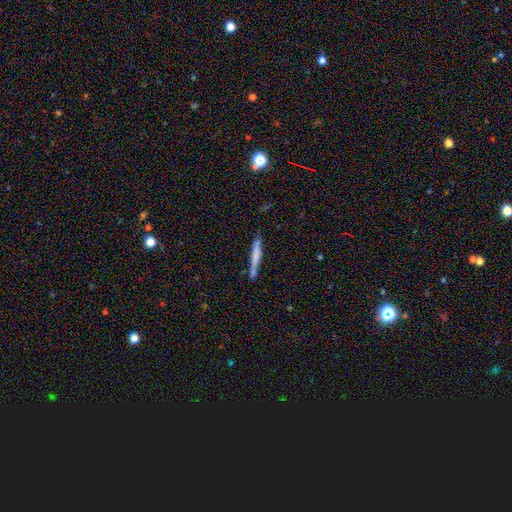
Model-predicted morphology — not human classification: The model was most divided on "smooth or featured": smooth: 58%, featured or disk: 36%, star or artifact: 6%. More confident: how rounded — cigar-shaped (95%); merging — none (76%).